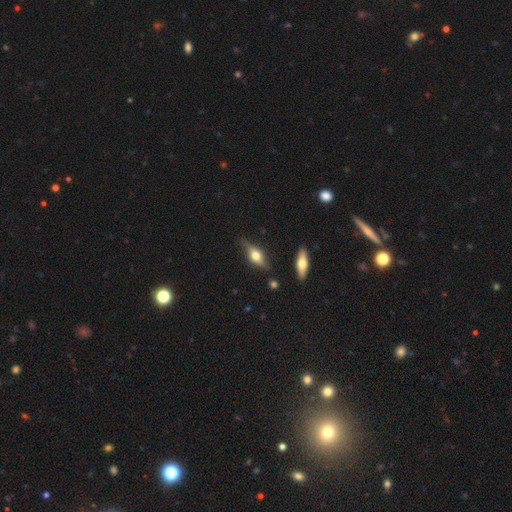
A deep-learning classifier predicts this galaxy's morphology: This appears to be a featured or disk galaxy (58%) viewed edge-on (91%) with a rounded central bulge (94%). Merging: none (74%).